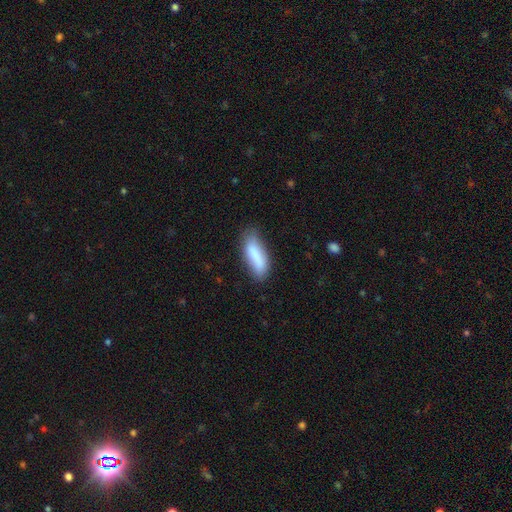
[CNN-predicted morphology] smooth-or-featured: smooth: 80% | featured or disk: 13% | star or artifact: 7%
  how-rounded: in between: 63% | cigar-shaped: 35% | round: 2%
  merging: none: 66% | minor disturbance: 25% | major disturbance: 6% | merger: 3%